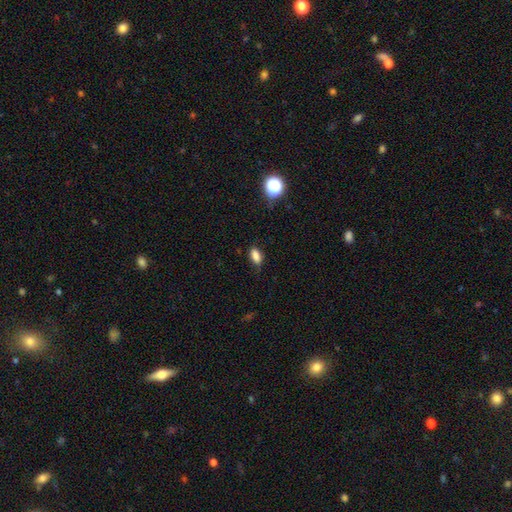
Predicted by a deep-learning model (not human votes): Smooth or featured? Predicted: smooth (p=0.82). How rounded? Predicted: in between (p=0.84). Merging? Predicted: none (p=0.75).